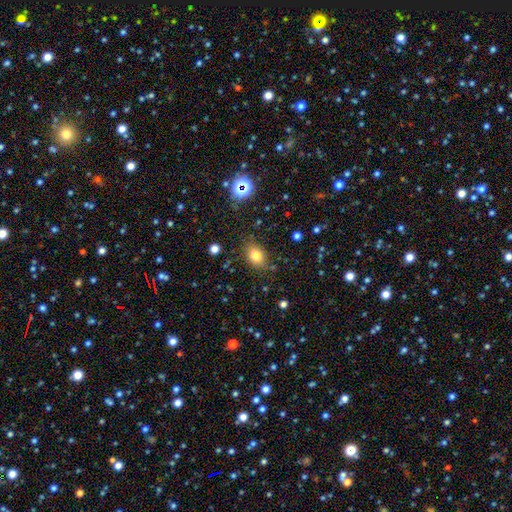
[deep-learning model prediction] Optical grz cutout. It shows a smooth galaxy with no disk features (79%) that is in between round and cigar-shaped (68%). Merging: none (78%).